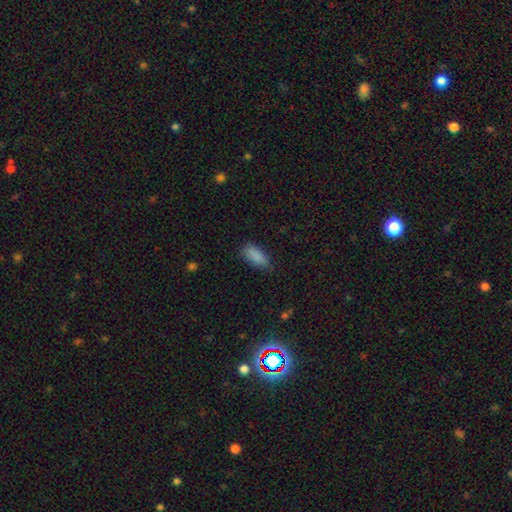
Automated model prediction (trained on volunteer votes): Q: Smooth or featured?
A: smooth (88%); runner-up: star or artifact (8%)
Q: How rounded?
A: in between (83%); runner-up: cigar-shaped (15%)
Q: Merging?
A: none (77%); runner-up: minor disturbance (18%)